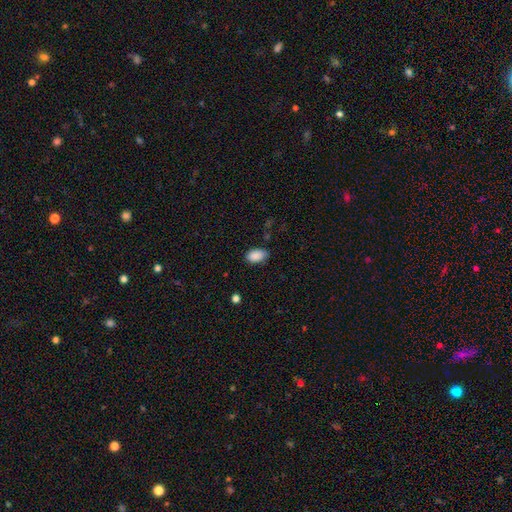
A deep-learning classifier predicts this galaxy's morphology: A smooth galaxy with no disk features (88%) that is in between round and cigar-shaped (91%).

Vote fractions:
- Smooth or featured? smooth: 88% / star or artifact: 8% / featured or disk: 4%
- How rounded? in between: 91% / round: 7% / cigar-shaped: 1%
- Merging? none: 73% / minor disturbance: 22% / major disturbance: 4% / merger: 2%